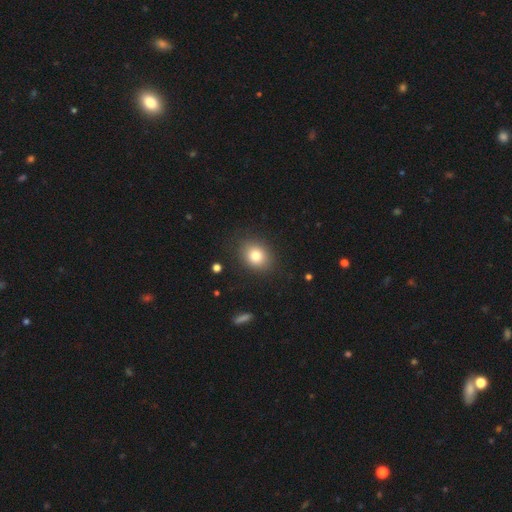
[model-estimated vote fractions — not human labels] smooth_or_featured: smooth (p=0.80) [alt: star or artifact p=0.11]
how_rounded: round (p=0.51) [alt: in between p=0.49]
merging: none (p=0.86) [alt: minor disturbance p=0.09]